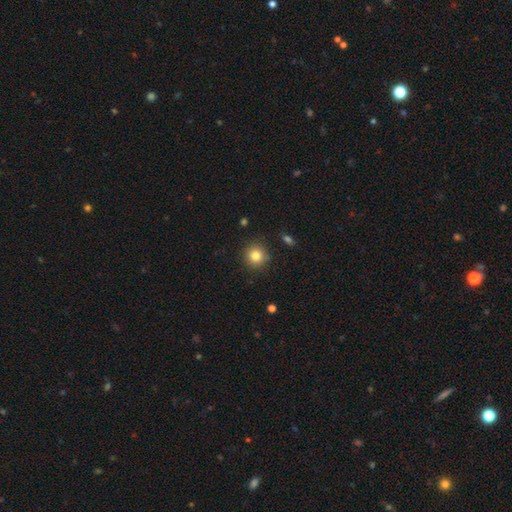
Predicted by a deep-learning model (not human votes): smooth-or-featured: smooth: 83% | star or artifact: 11% | featured or disk: 6%
  how-rounded: round: 92% | in between: 7% | cigar-shaped: 1%
  merging: none: 88% | minor disturbance: 8% | major disturbance: 2% | merger: 2%